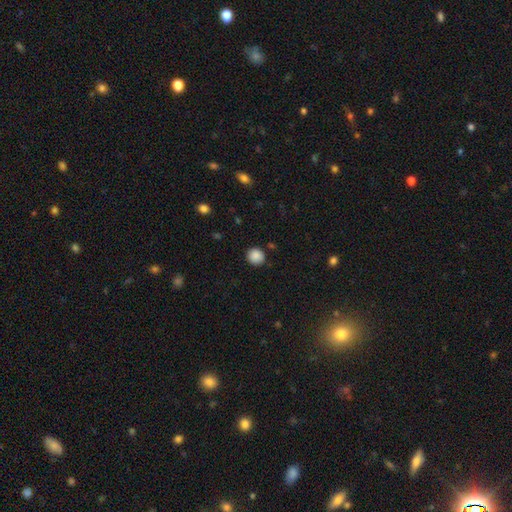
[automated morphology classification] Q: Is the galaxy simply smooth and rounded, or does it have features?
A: smooth — 88%.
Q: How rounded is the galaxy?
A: round — 87%.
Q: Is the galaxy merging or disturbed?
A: none — 87%.